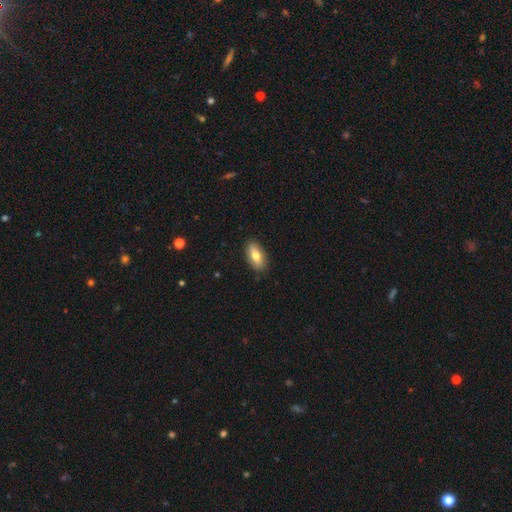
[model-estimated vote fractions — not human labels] A smooth galaxy with no disk features (71%) that is in between round and cigar-shaped (86%).

Vote fractions:
- Smooth or featured? smooth: 71% / featured or disk: 22% / star or artifact: 6%
- How rounded? in between: 86% / cigar-shaped: 11% / round: 3%
- Merging? none: 87% / minor disturbance: 10% / major disturbance: 2% / merger: 1%